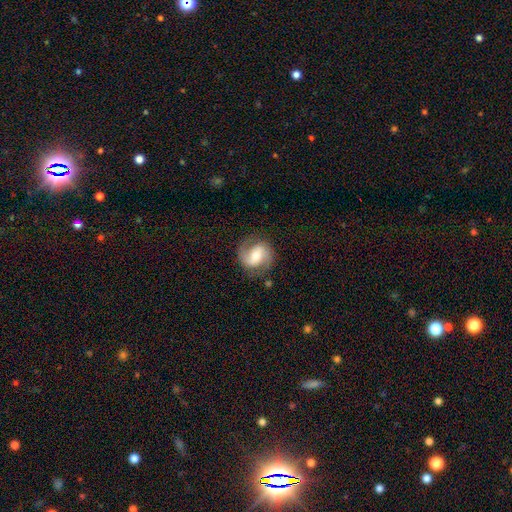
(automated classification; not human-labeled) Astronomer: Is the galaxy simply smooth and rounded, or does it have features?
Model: featured or disk — 76%.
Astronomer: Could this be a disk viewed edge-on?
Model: no — 98%.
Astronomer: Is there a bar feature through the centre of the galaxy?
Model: weak — 45% (runner-up: no, 30%).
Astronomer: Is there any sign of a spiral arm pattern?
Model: yes — 94%.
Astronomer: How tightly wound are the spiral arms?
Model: medium — 50% (runner-up: loose, 28%).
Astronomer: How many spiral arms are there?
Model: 2 — 88%.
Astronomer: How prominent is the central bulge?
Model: moderate — 65%.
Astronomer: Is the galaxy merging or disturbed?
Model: none — 79%.